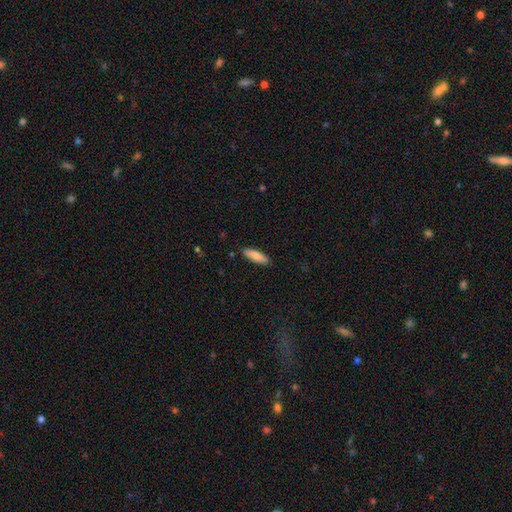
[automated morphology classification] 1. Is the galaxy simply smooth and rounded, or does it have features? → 82% smooth, 13% featured or disk, 6% star or artifact.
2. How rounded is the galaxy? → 54% cigar-shaped, 45% in between, 2% round.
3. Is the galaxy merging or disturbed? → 89% none, 8% minor disturbance, 2% major disturbance, 1% merger.